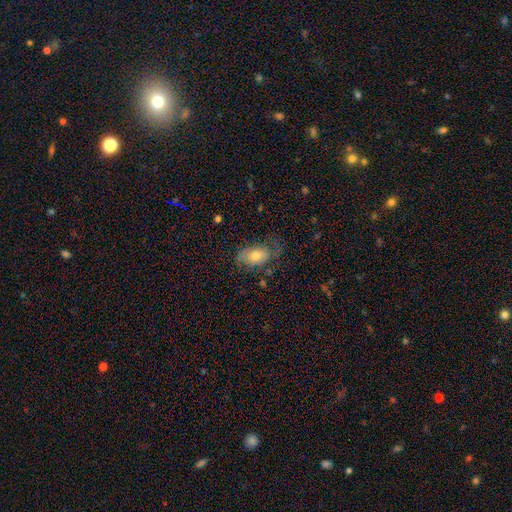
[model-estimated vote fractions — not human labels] A smooth galaxy with no disk features (54%) that is in between round and cigar-shaped (87%).

Vote fractions:
- Smooth or featured? smooth: 54% / featured or disk: 38% / star or artifact: 9%
- How rounded? in between: 87% / round: 10% / cigar-shaped: 2%
- Merging? none: 52% / minor disturbance: 26% / major disturbance: 19% / merger: 2%